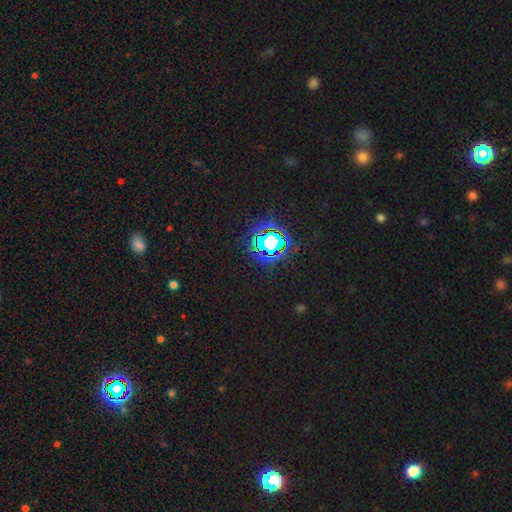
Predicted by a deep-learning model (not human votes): star or artifact 77%, smooth 16%, featured or disk 8%.